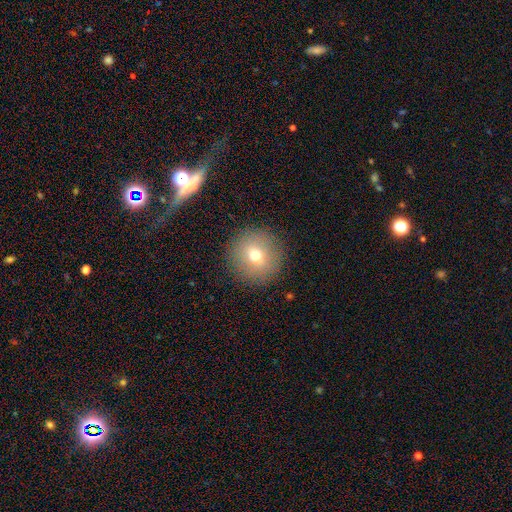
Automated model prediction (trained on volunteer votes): smooth 68%, featured or disk 19%, star or artifact 13%. Down the decision tree: how rounded — round (95%); merging — none (91%).